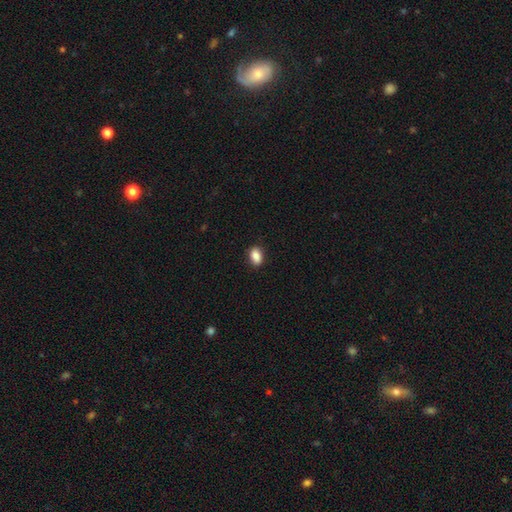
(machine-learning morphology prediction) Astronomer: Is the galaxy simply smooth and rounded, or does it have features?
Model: smooth — 88%.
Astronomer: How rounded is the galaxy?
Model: in between — 84%.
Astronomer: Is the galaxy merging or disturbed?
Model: none — 87%.